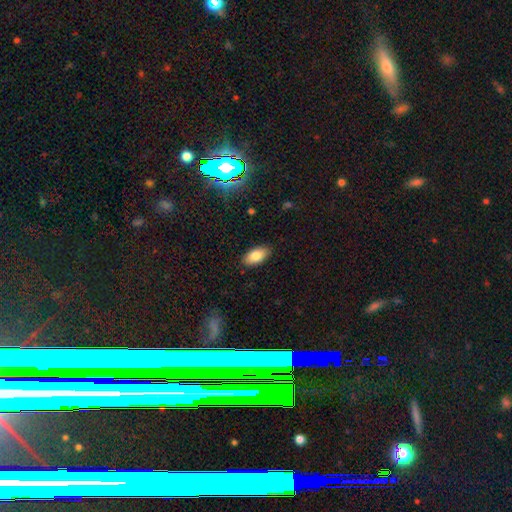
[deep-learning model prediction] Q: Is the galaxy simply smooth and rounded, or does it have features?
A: smooth — 83%.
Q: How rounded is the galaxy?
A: in between — 93%.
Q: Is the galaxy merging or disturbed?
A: none — 88%.